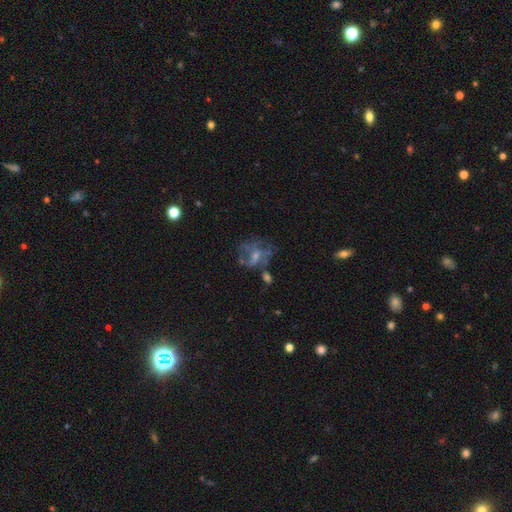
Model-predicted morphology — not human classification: Smooth or featured: featured or disk — 59% (smooth — 22%)
Edge-on disk: no — 96% (yes — 4%)
Bar: no — 61% (weak — 32%)
Spiral arms: no — 53% (yes — 47%)
Bulge size: small — 43% (moderate — 37%)
Merging: none — 46% (major disturbance — 26%)